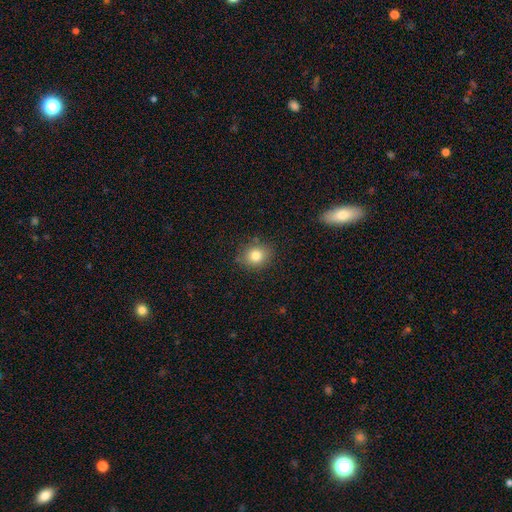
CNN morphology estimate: A smooth galaxy with no disk features (81%) that is round (71%).

Vote fractions:
- Smooth or featured? smooth: 81% / star or artifact: 11% / featured or disk: 8%
- How rounded? round: 71% / in between: 28% / cigar-shaped: 1%
- Merging? none: 84% / minor disturbance: 11% / major disturbance: 3% / merger: 2%